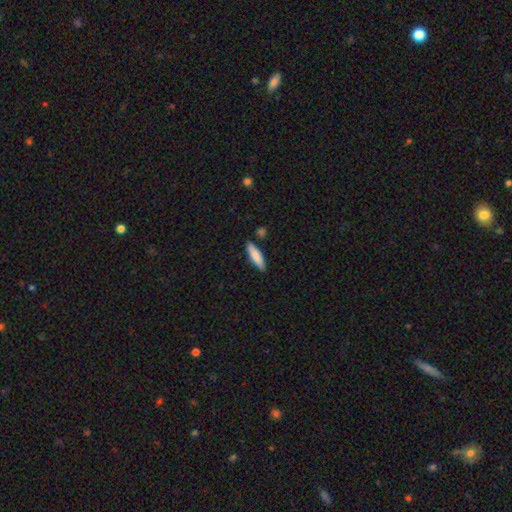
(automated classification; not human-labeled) A smooth galaxy with no disk features (83%) that is cigar-shaped (69%). Merging: none (84%).